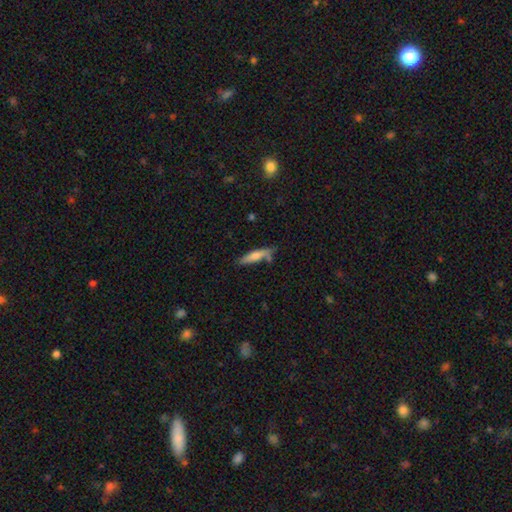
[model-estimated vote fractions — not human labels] Q: Smooth or featured?
A: smooth (64%); runner-up: featured or disk (29%)
Q: How rounded?
A: cigar-shaped (80%); runner-up: in between (18%)
Q: Merging?
A: none (68%); runner-up: minor disturbance (20%)